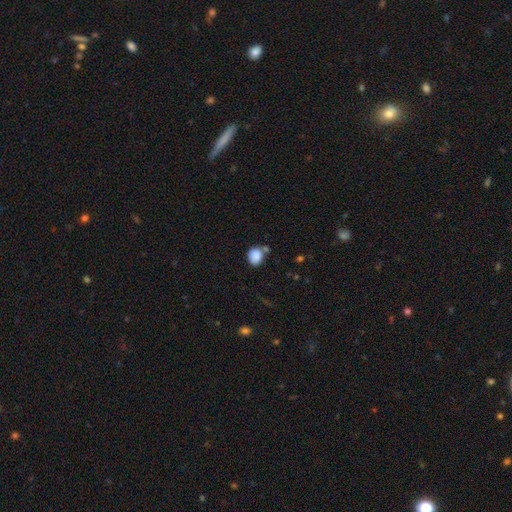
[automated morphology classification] This appears to be a smooth galaxy with no disk features (86%) that is round (59%). Merging: none (59%).